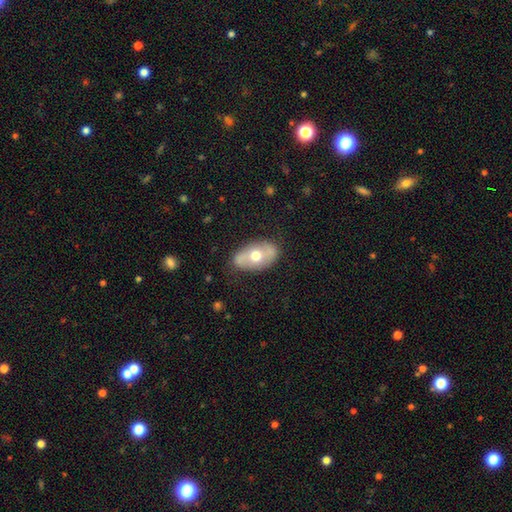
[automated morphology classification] type=smooth (48%); merging=none (77%).